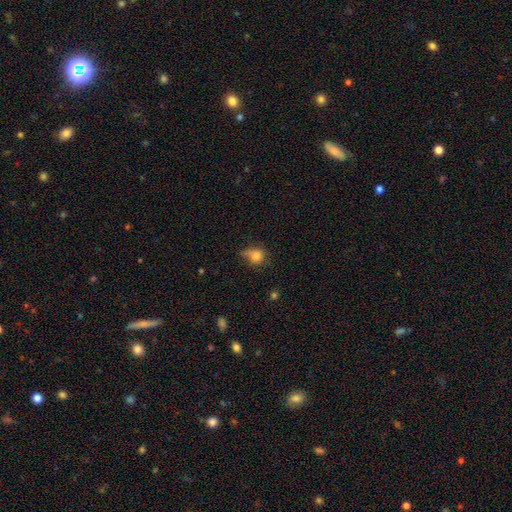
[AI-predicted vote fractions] A smooth galaxy with no disk features (77%) that is round (68%). Merging: none (39%).